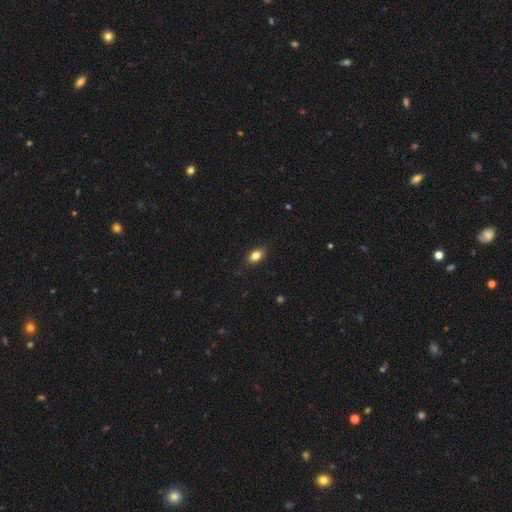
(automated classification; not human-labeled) smooth 82%, star or artifact 9%, featured or disk 8%. Down the decision tree: how rounded — in between (80%); merging — none (84%).